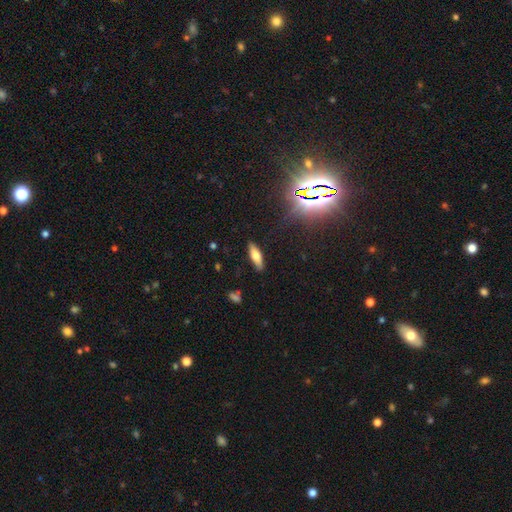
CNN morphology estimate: Smooth or featured: smooth — 63% (featured or disk — 28%)
How rounded: cigar-shaped — 49% (tied with in between — 49%)
Merging: none — 87% (minor disturbance — 9%)